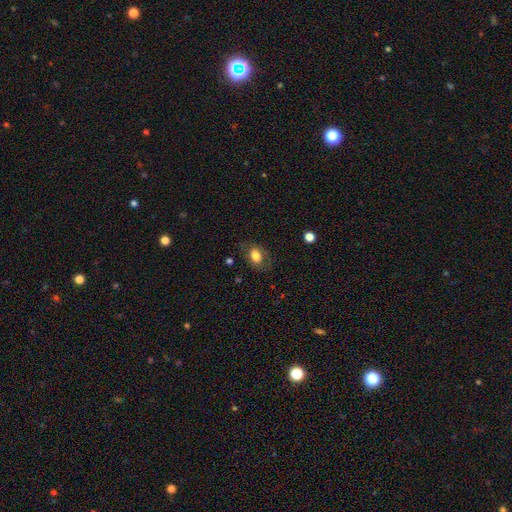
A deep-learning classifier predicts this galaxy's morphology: This appears to be a smooth galaxy with no disk features (75%) that is in between round and cigar-shaped (73%). Merging: none (71%).